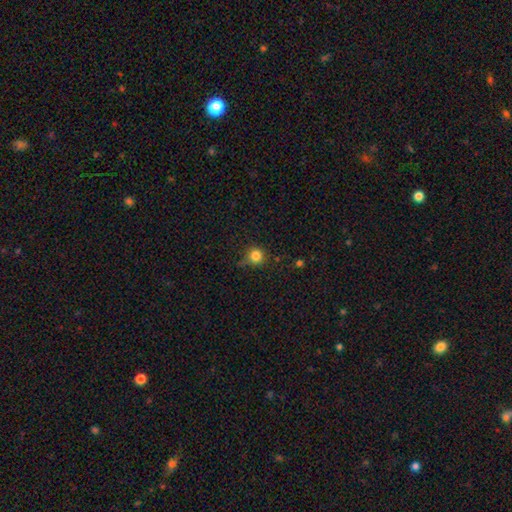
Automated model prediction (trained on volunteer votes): smooth 82%, star or artifact 12%, featured or disk 6%. Down the decision tree: how rounded — round (91%); merging — none (70%).